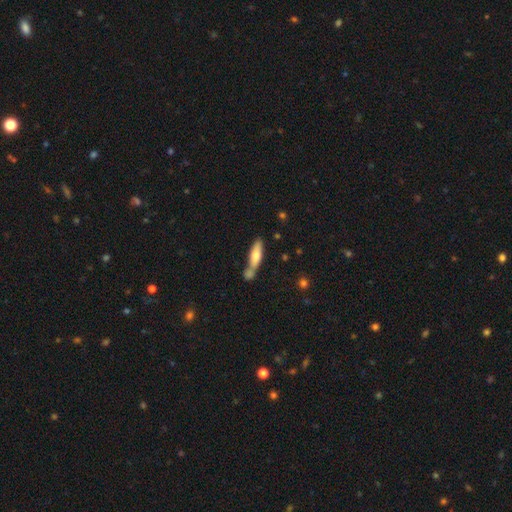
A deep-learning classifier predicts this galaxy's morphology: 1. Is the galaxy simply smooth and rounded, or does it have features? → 67% smooth, 27% featured or disk, 6% star or artifact.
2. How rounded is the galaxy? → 65% cigar-shaped, 33% in between, 2% round.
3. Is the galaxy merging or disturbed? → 44% none, 37% merger, 14% minor disturbance, 5% major disturbance.